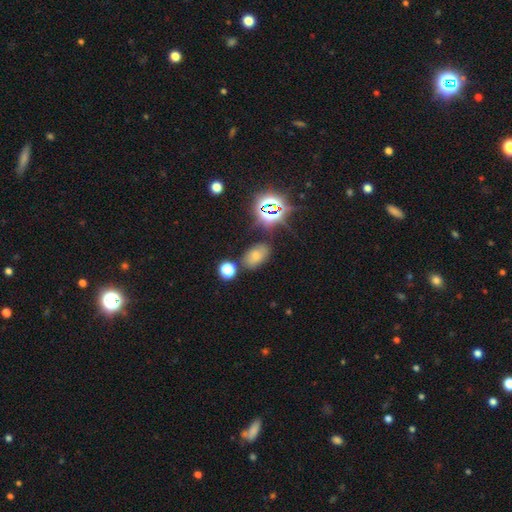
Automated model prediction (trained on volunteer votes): A smooth galaxy with no disk features (57%) that is in between round and cigar-shaped (86%).

Vote fractions:
- Smooth or featured? smooth: 57% / star or artifact: 29% / featured or disk: 15%
- How rounded? in between: 86% / round: 13% / cigar-shaped: 2%
- Merging? none: 71% / minor disturbance: 17% / merger: 6% / major disturbance: 6%